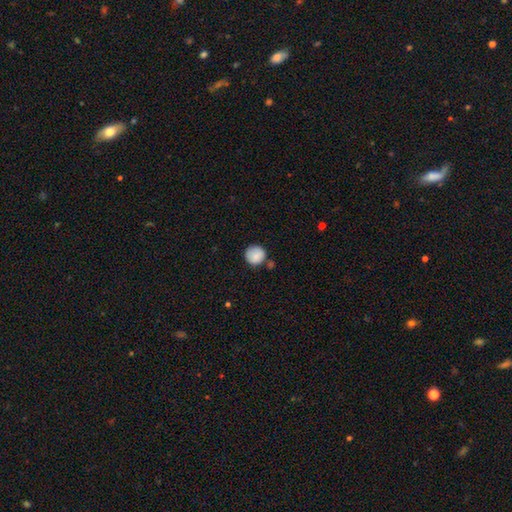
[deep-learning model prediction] A smooth galaxy with no disk features (85%) that is round (92%). Merging: none (73%).